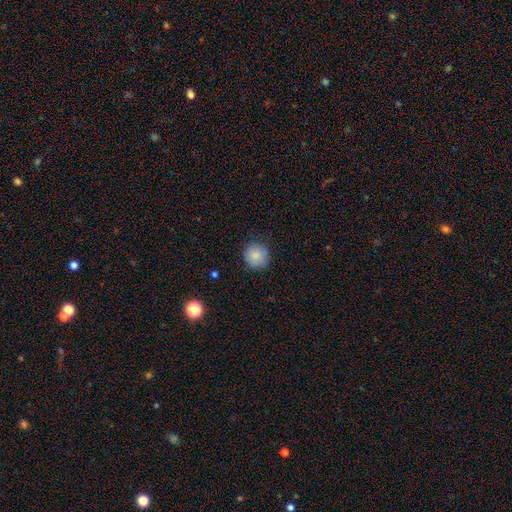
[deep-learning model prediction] Morphology: type=smooth (85%); roundness=round (91%); merging=none (84%).